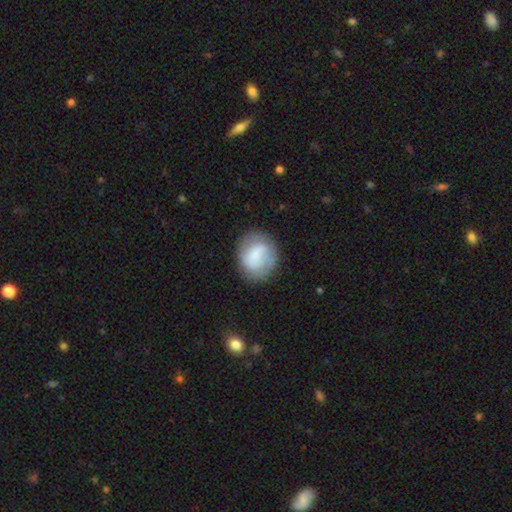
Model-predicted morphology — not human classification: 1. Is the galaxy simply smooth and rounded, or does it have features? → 60% smooth, 33% featured or disk, 7% star or artifact.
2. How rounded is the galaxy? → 67% round, 32% in between, 1% cigar-shaped.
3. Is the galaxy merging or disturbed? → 68% none, 20% minor disturbance, 10% major disturbance, 2% merger.